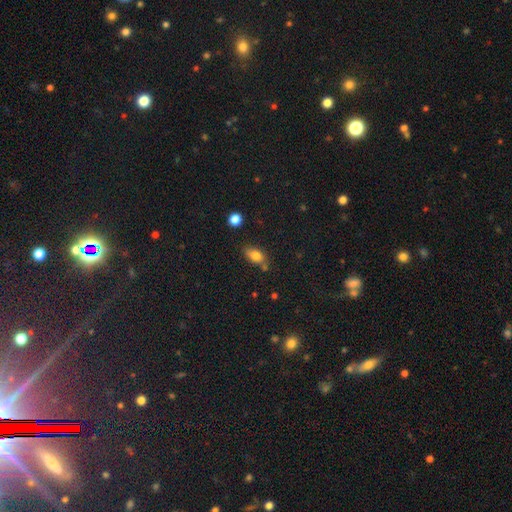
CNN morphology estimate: Q: Smooth or featured?
A: smooth (78%); runner-up: featured or disk (13%)
Q: How rounded?
A: in between (82%); runner-up: round (11%)
Q: Merging?
A: none (68%); runner-up: minor disturbance (19%)